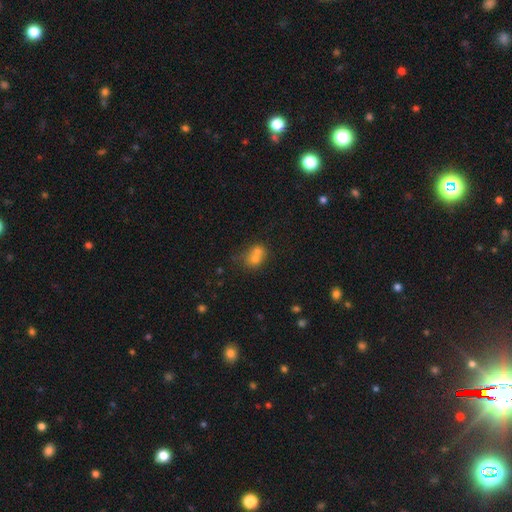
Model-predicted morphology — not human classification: smooth_or_featured: smooth (p=0.69) [alt: featured or disk p=0.18]
how_rounded: round (p=0.59) [alt: in between p=0.39]
merging: merger (p=0.63) [alt: none p=0.25]